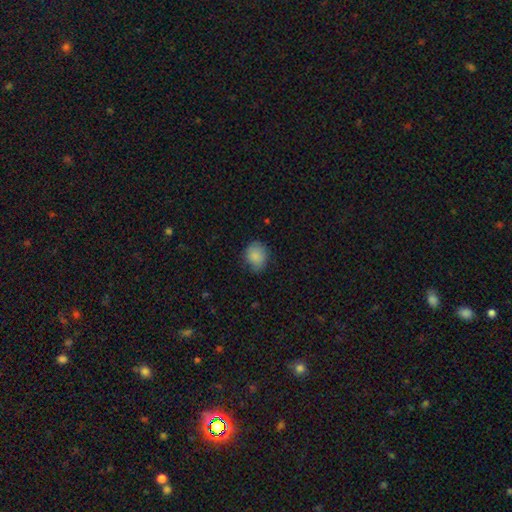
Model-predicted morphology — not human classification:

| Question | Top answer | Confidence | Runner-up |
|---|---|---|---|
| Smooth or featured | smooth | 86% | star or artifact (8%) |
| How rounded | round | 59% | in between (40%) |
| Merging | none | 72% | minor disturbance (23%) |